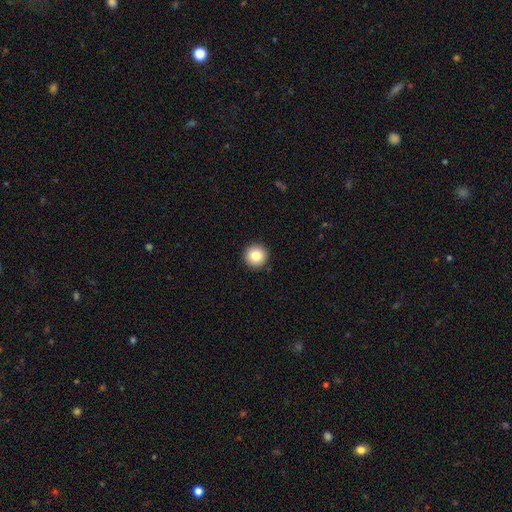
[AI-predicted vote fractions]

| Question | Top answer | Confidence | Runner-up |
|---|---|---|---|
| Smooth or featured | smooth | 82% | star or artifact (9%) |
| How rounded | round | 96% | in between (3%) |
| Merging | none | 93% | minor disturbance (4%) |